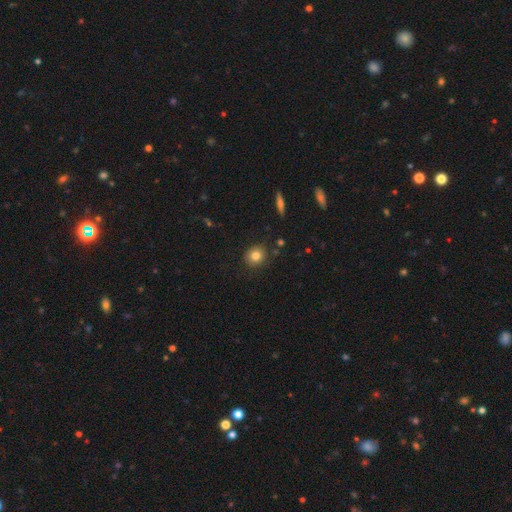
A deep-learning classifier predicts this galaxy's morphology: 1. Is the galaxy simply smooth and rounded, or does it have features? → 82% smooth, 10% star or artifact, 8% featured or disk.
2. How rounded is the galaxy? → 83% round, 16% in between, 1% cigar-shaped.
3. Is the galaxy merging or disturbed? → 87% none, 9% minor disturbance, 2% major disturbance, 2% merger.